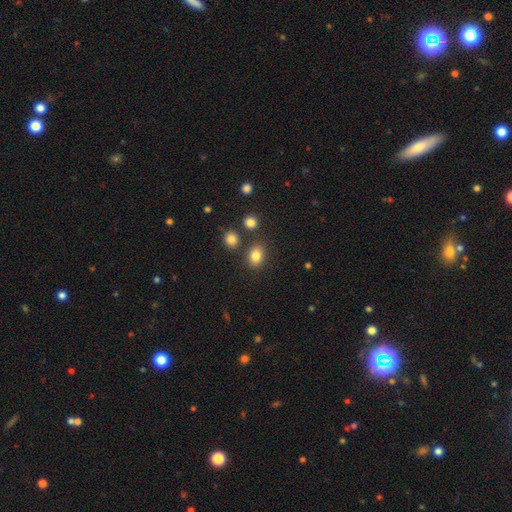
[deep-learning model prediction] A smooth galaxy with no disk features (83%) that is in between round and cigar-shaped (56%). Merging: none (79%).